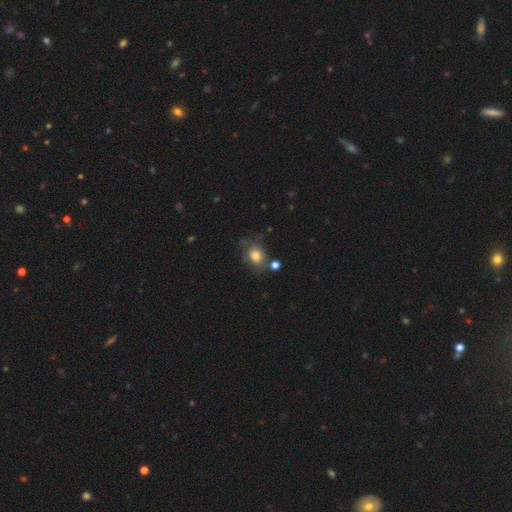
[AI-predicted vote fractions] Morphology: type=smooth (76%); roundness=round (51%); merging=none (62%).